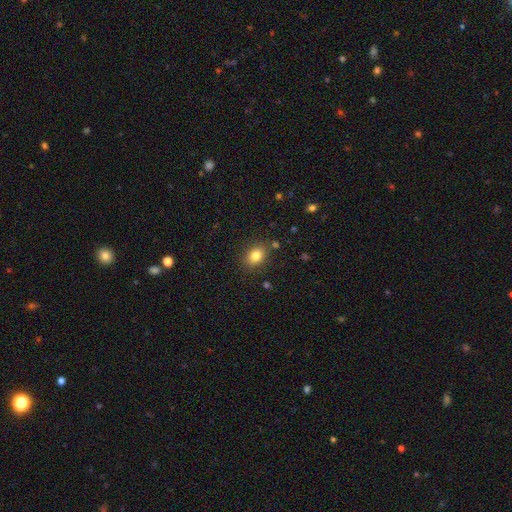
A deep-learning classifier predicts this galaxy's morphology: Smooth or featured: smooth — 81% (star or artifact — 11%)
How rounded: in between — 61% (round — 38%)
Merging: none — 83% (minor disturbance — 11%)